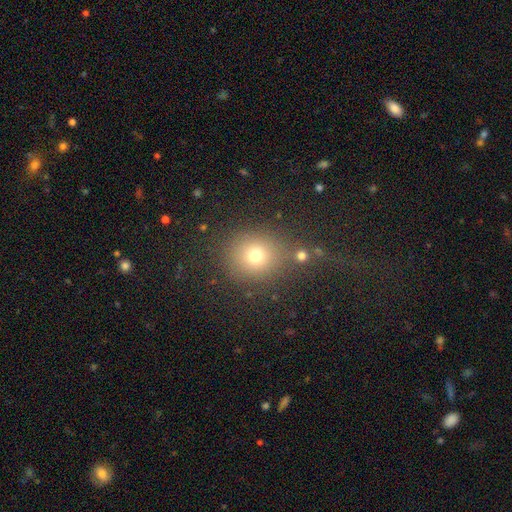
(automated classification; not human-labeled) Q: Smooth or featured?
A: smooth (73%); runner-up: star or artifact (18%)
Q: How rounded?
A: round (85%); runner-up: in between (14%)
Q: Merging?
A: none (78%); runner-up: minor disturbance (10%)